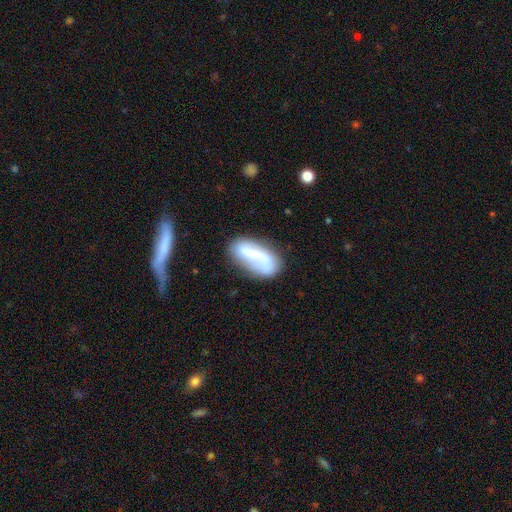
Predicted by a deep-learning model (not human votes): Q: Smooth or featured?
A: featured or disk (49%); runner-up: smooth (43%)
Q: Merging?
A: none (56%); runner-up: minor disturbance (25%)